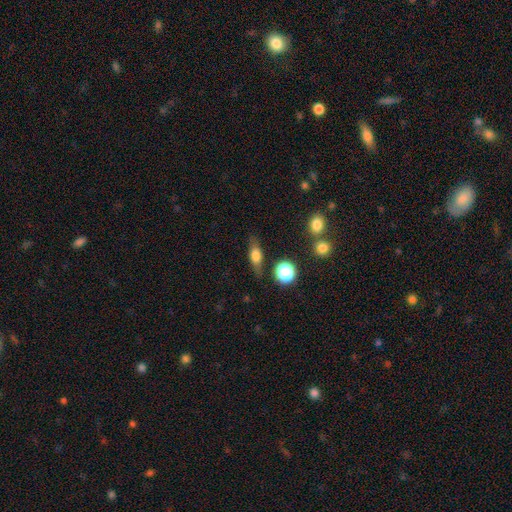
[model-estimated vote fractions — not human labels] Q: Smooth or featured?
A: smooth (61%); runner-up: featured or disk (28%)
Q: How rounded?
A: in between (57%); runner-up: cigar-shaped (29%)
Q: Merging?
A: none (77%); runner-up: minor disturbance (16%)